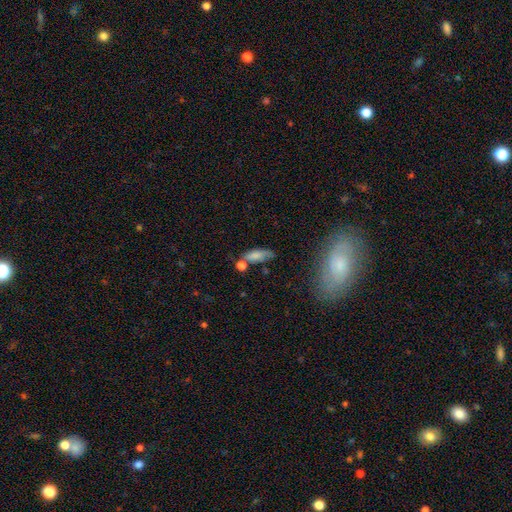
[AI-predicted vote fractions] A smooth galaxy with no disk features (76%) that is in between round and cigar-shaped (68%). Merging: none (47%).